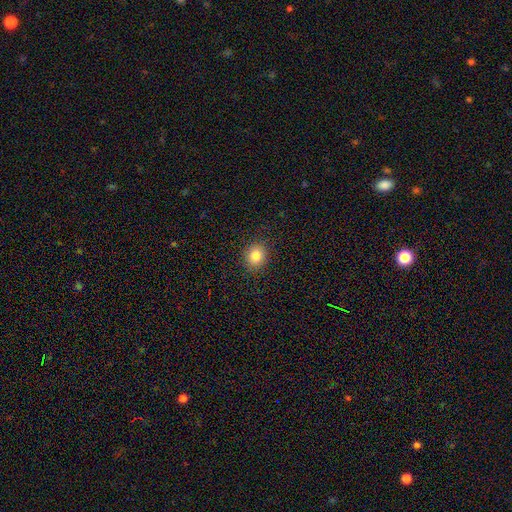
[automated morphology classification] The model was most divided on "how rounded": round: 73%, in between: 26%, cigar-shaped: 1%. More confident: merging — none (89%); smooth or featured — smooth (84%).